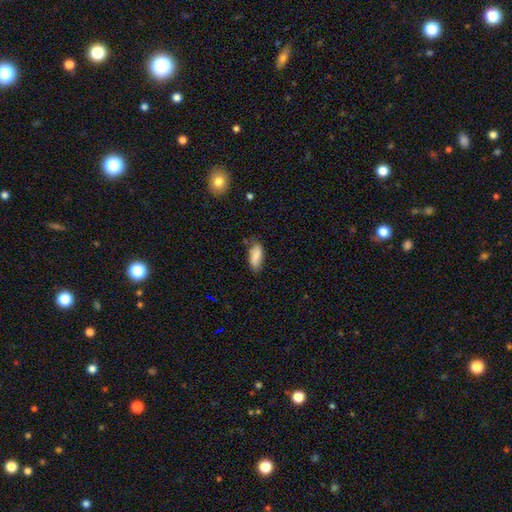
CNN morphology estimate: Smooth or featured?
  - smooth: 80% *
  - featured or disk: 13%
  - star or artifact: 7%
How rounded?
  - in between: 82% *
  - cigar-shaped: 16%
  - round: 2%
Merging?
  - none: 69% *
  - minor disturbance: 24%
  - major disturbance: 4%
  - merger: 3%